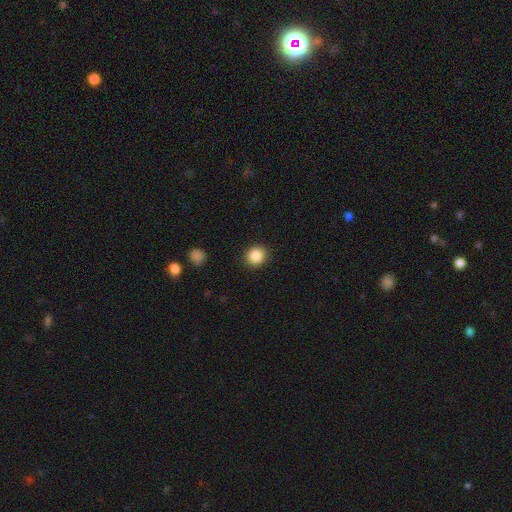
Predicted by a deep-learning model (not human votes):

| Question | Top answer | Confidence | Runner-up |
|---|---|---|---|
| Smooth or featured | smooth | 87% | star or artifact (9%) |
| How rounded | round | 88% | in between (11%) |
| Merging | none | 90% | minor disturbance (6%) |